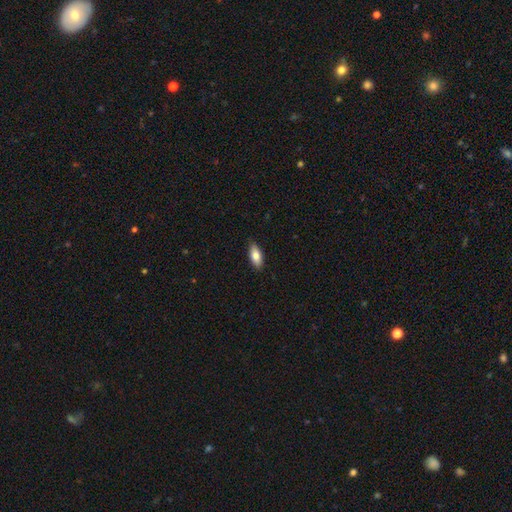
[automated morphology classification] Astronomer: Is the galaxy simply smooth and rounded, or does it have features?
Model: smooth — 80%.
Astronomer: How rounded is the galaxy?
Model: in between — 85%.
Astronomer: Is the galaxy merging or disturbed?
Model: none — 88%.